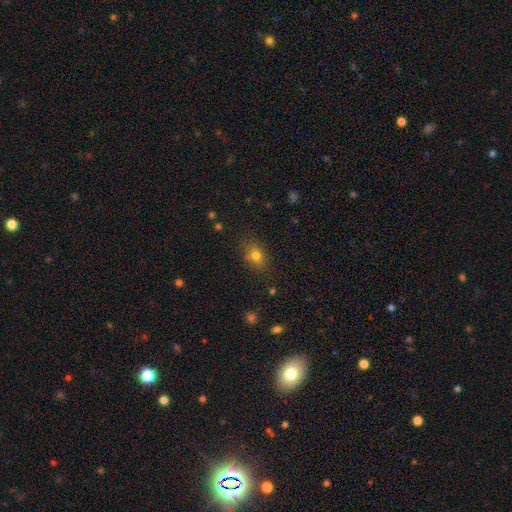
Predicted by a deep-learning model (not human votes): smooth-or-featured: smooth: 78% | star or artifact: 13% | featured or disk: 9%
  how-rounded: in between: 68% | round: 30% | cigar-shaped: 2%
  merging: none: 76% | minor disturbance: 15% | major disturbance: 4% | merger: 4%